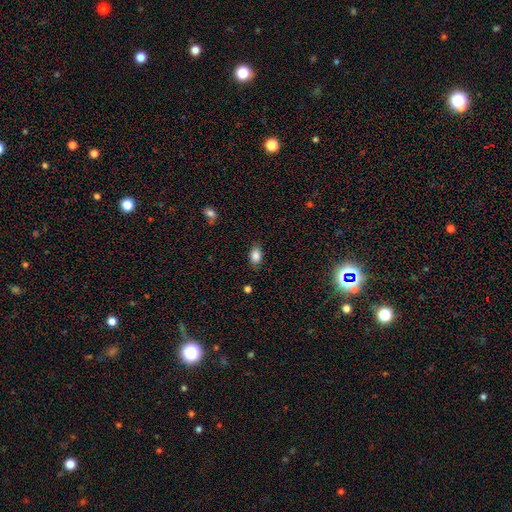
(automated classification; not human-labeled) smooth 85%, star or artifact 9%, featured or disk 6%. Down the decision tree: how rounded — in between (87%); merging — none (84%).